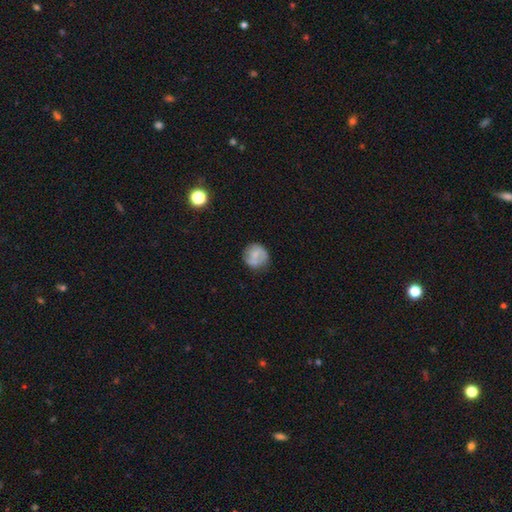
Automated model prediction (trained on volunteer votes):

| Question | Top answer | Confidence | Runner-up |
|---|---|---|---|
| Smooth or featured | smooth | 58% | featured or disk (33%) |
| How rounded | round | 88% | in between (11%) |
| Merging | none | 68% | minor disturbance (22%) |